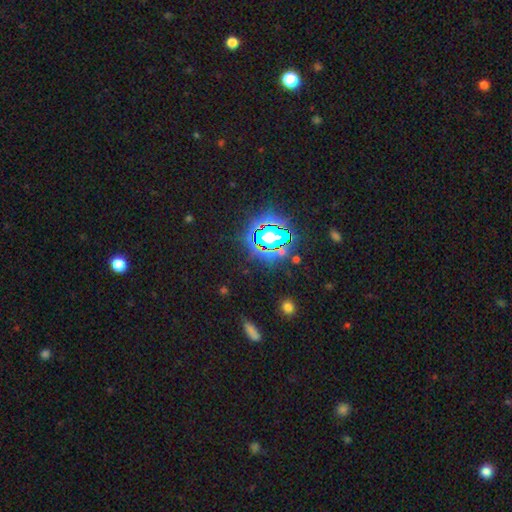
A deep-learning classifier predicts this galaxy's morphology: A star or artifact, not a galaxy (77%).